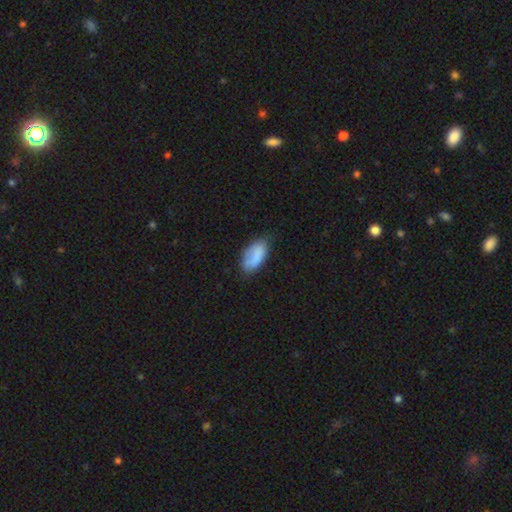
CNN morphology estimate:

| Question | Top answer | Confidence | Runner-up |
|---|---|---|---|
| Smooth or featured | smooth | 79% | featured or disk (13%) |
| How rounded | in between | 93% | cigar-shaped (4%) |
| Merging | none | 57% | minor disturbance (31%) |